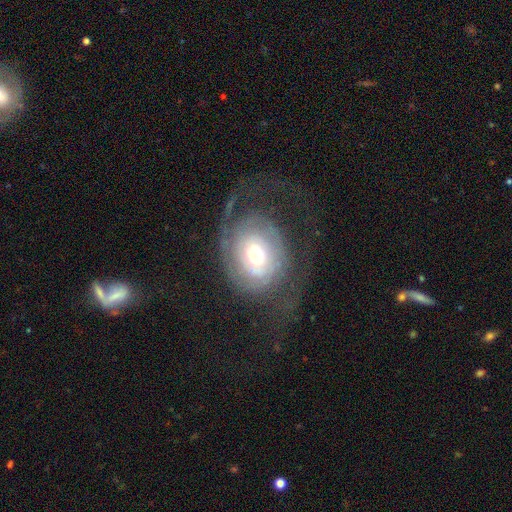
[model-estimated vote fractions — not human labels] The model was most divided on "spiral arm count": 2: 35%, can't tell: 34%, 1: 15%, 3: 8%, 4: 4%, more than 4: 4%. More confident: edge-on disk — no (96%); spiral arms — yes (78%); bar — no (73%); smooth or featured — featured or disk (73%); bulge size — moderate (63%); spiral winding — tight (53%); merging — none (52%).